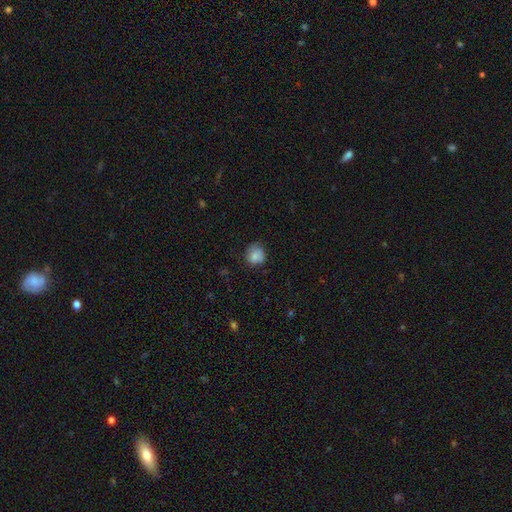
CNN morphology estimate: smooth_or_featured: smooth (p=0.82) [alt: featured or disk p=0.09]
how_rounded: round (p=0.83) [alt: in between p=0.16]
merging: none (p=0.68) [alt: minor disturbance p=0.24]